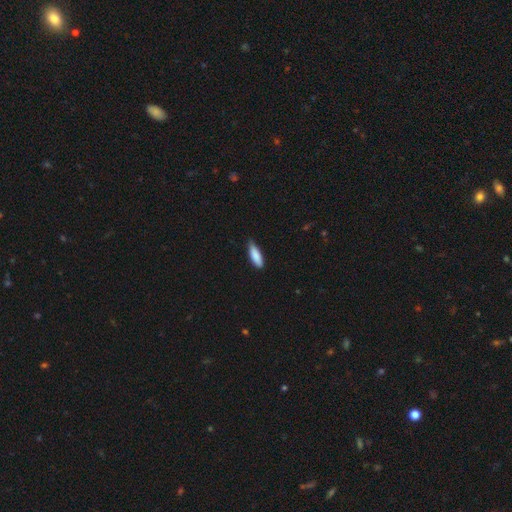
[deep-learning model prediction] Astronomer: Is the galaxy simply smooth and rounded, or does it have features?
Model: smooth — 86%.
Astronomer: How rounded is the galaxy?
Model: in between — 51% (runner-up: cigar-shaped, 47%).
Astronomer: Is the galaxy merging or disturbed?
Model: none — 69%.